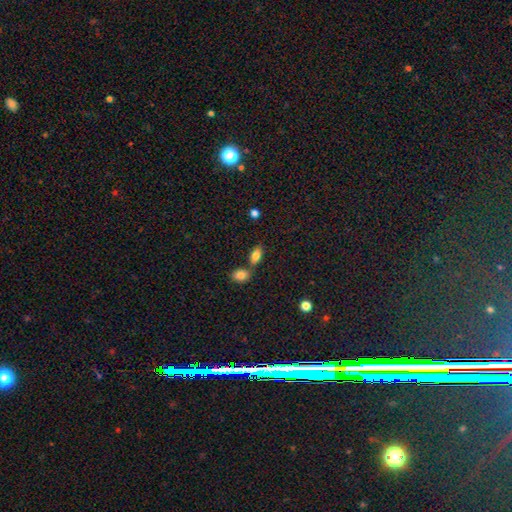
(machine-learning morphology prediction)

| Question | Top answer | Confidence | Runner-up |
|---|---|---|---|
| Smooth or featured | smooth | 79% | featured or disk (13%) |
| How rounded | in between | 85% | cigar-shaped (9%) |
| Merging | none | 60% | merger (26%) |